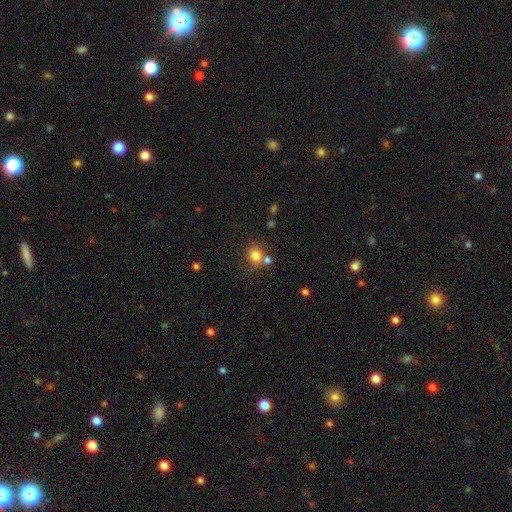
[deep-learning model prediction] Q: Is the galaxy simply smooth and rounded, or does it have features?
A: smooth — 80%.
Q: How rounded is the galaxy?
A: round — 78%.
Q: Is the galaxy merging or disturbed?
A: none — 60%.